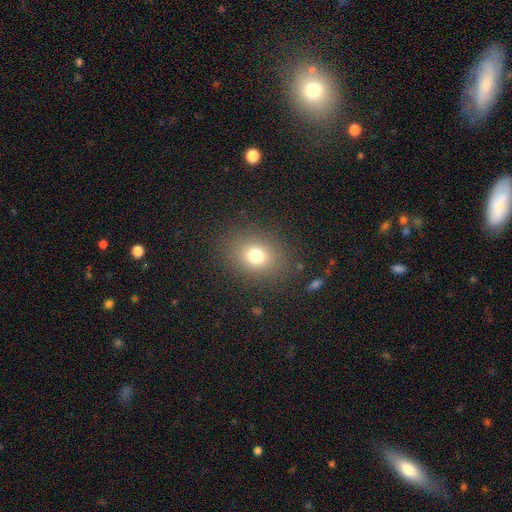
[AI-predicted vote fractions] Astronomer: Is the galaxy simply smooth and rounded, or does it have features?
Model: smooth — 75%.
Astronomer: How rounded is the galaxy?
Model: round — 56% (runner-up: in between, 43%).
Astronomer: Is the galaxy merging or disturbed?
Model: none — 85%.